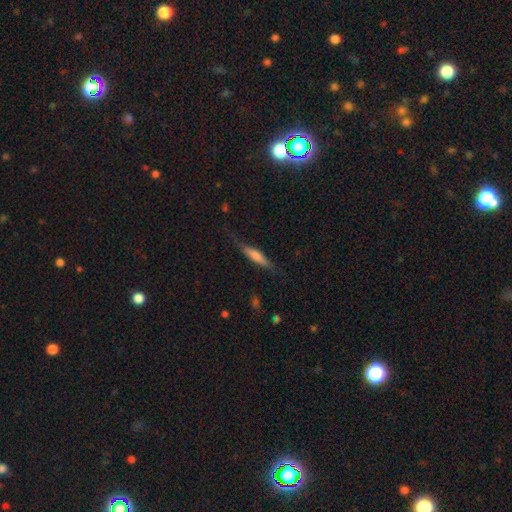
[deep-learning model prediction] smooth_or_featured: smooth (p=0.50) [alt: featured or disk p=0.43]
merging: none (p=0.73) [alt: minor disturbance p=0.19]